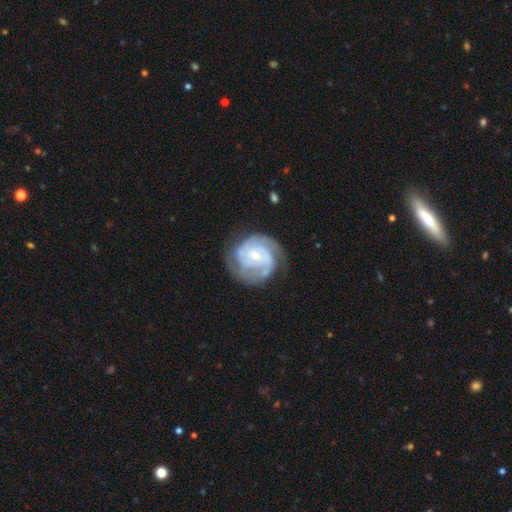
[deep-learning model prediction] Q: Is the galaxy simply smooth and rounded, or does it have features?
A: featured or disk — 89%.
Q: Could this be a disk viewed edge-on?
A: no — 98%.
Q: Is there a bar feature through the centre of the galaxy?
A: no — 65%.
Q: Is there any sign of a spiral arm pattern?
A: yes — 97%.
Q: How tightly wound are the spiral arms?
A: tight — 68%.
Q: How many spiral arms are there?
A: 2 — 41%.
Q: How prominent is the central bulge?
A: small — 64%.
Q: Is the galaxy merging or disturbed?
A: none — 71%.